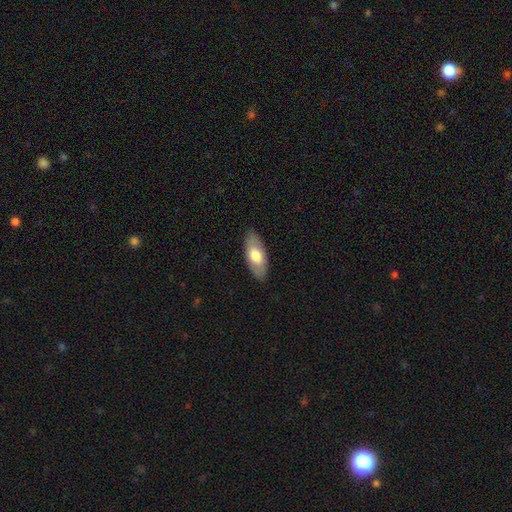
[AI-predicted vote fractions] A smooth galaxy with no disk features (66%) that is in between round and cigar-shaped (88%). Merging: none (86%).